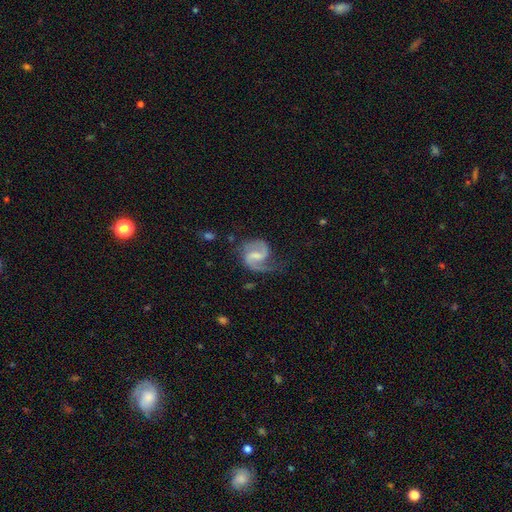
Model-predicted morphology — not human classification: Q: Smooth or featured?
A: featured or disk (88%); runner-up: smooth (7%)
Q: Edge-on disk?
A: no (98%); runner-up: yes (2%)
Q: Bar?
A: weak (56%); runner-up: strong (26%)
Q: Spiral arms?
A: yes (97%); runner-up: no (3%)
Q: Spiral winding?
A: medium (56%); runner-up: loose (29%)
Q: Spiral arm count?
A: 2 (88%); runner-up: 1 (6%)
Q: Bulge size?
A: small (37%); runner-up: moderate (31%)
Q: Merging?
A: none (63%); runner-up: minor disturbance (22%)